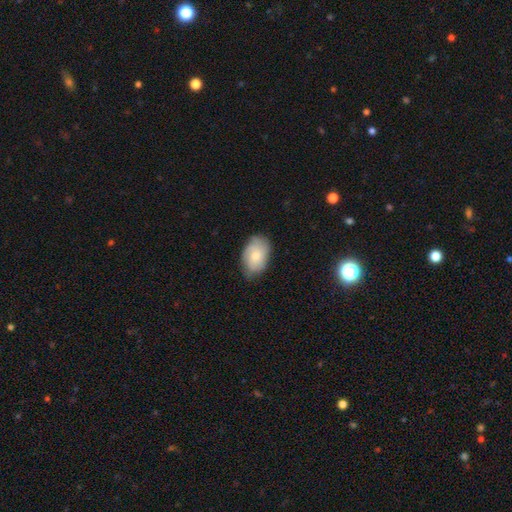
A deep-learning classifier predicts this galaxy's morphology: Smooth or featured?
  - smooth: 58% *
  - featured or disk: 36%
  - star or artifact: 7%
How rounded?
  - in between: 89% *
  - round: 10%
  - cigar-shaped: 1%
Merging?
  - none: 71% *
  - minor disturbance: 23%
  - major disturbance: 5%
  - merger: 1%